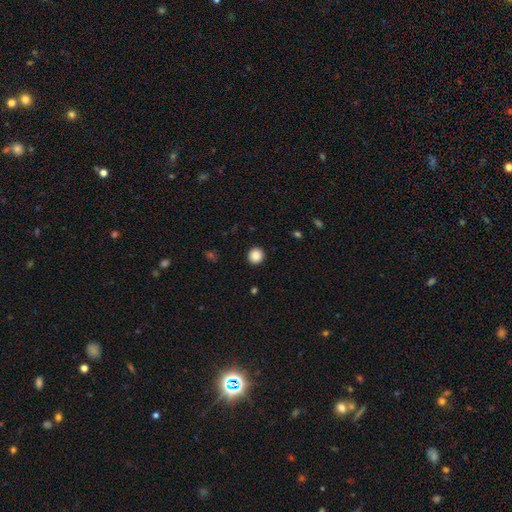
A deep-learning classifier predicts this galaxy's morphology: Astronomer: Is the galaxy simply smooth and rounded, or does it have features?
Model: smooth — 87%.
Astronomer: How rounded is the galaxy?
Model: round — 94%.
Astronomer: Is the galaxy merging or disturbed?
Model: none — 93%.